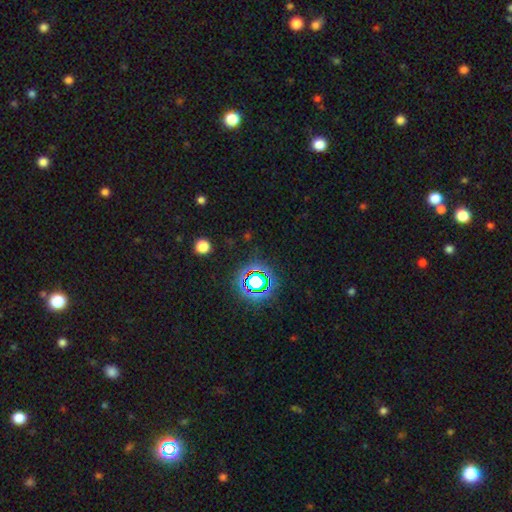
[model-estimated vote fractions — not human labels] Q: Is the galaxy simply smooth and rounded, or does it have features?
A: star or artifact — 76%.